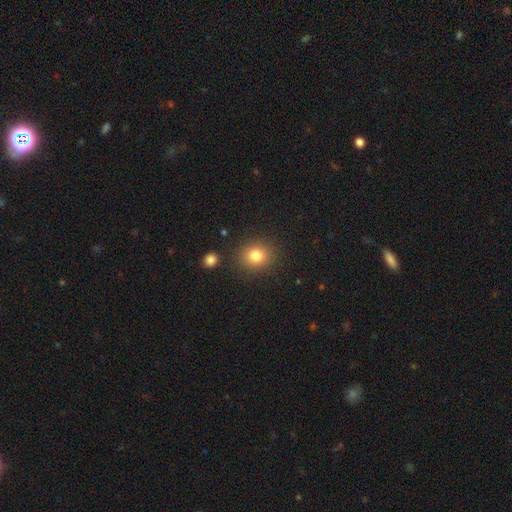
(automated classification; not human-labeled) Smooth or featured? Predicted: smooth (p=0.81). How rounded? Predicted: round (p=0.76). Merging? Predicted: none (p=0.86).